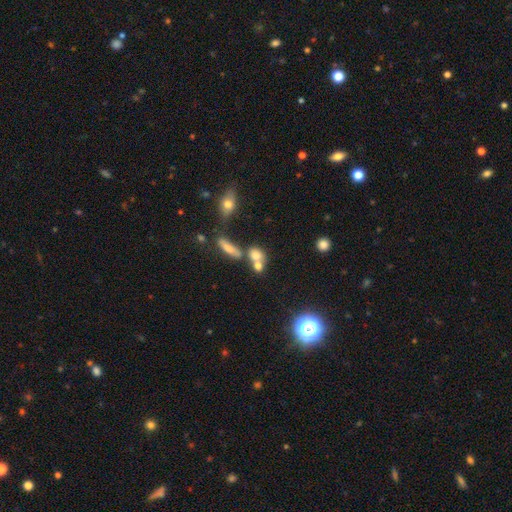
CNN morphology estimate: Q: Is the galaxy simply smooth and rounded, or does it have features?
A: smooth — 70%.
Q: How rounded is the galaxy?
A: round — 51%.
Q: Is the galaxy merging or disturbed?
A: merger — 53%.